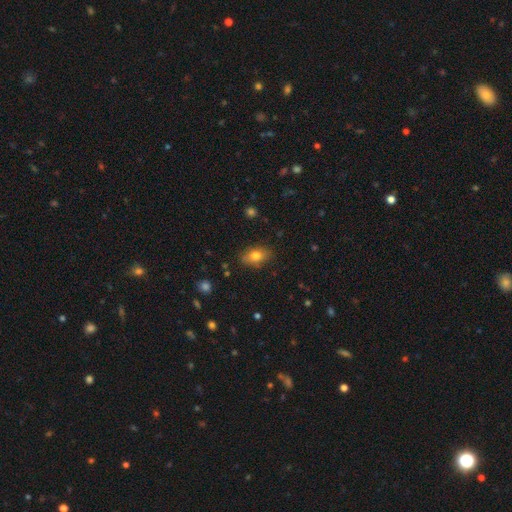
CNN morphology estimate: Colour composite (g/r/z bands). It shows a smooth galaxy with no disk features (78%) that is in between round and cigar-shaped (83%). Merging: none (84%).